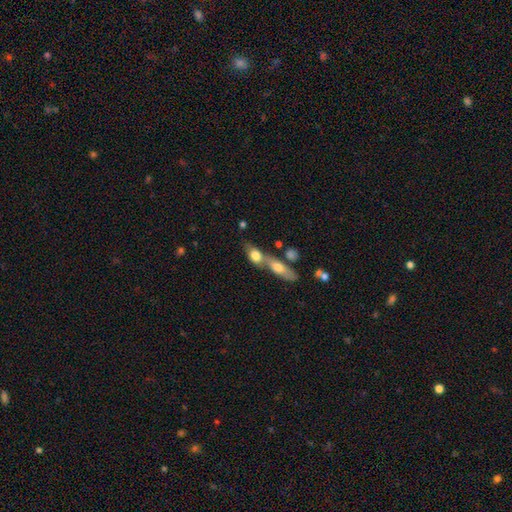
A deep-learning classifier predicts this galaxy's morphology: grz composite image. It shows a smooth galaxy with no disk features (67%) that is in between round and cigar-shaped (62%). Merging: merger (62%).